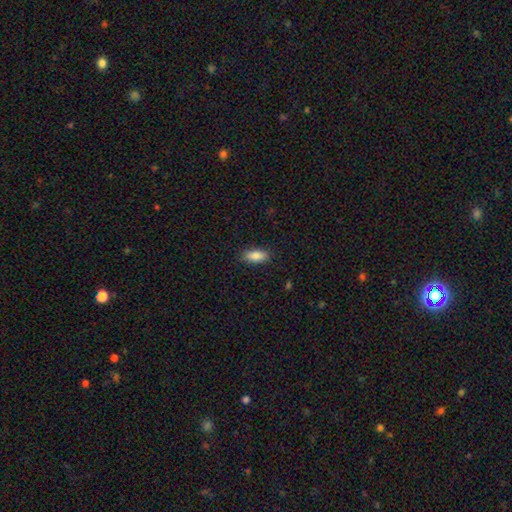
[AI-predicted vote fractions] This is clearly a smooth galaxy (86%). How rounded: clearly in between (85%). Merging: clearly none (87%).